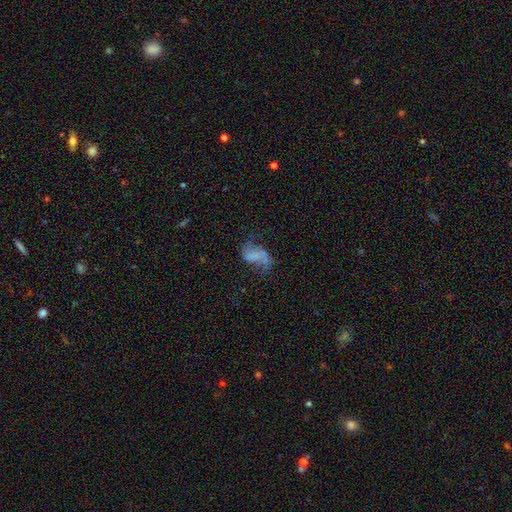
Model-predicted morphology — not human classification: Smooth or featured?
  - featured or disk: 62% *
  - smooth: 26%
  - star or artifact: 12%
Edge-on disk?
  - no: 97% *
  - yes: 3%
Bar?
  - no: 41% *
  - weak: 33%
  - strong: 26%
Spiral arms?
  - yes: 74% *
  - no: 26%
Bulge size?
  - none: 74% *
  - small: 14%
  - moderate: 7%
  - large: 4%
  - dominant: 2%
Merging?
  - none: 47% *
  - major disturbance: 26%
  - minor disturbance: 22%
  - merger: 6%